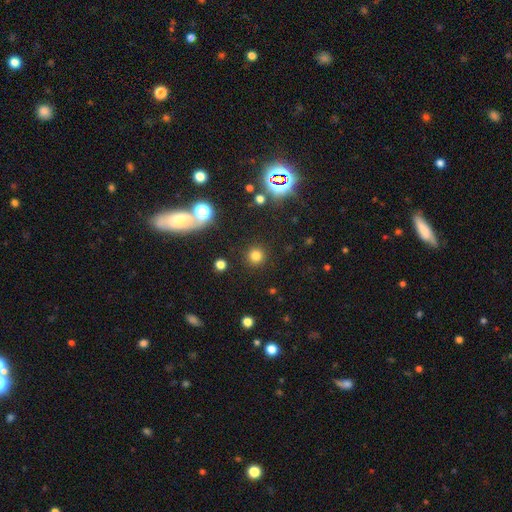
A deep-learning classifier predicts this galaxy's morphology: Smooth or featured? smooth (76%)
How rounded? round (94%)
Merging? none (90%)